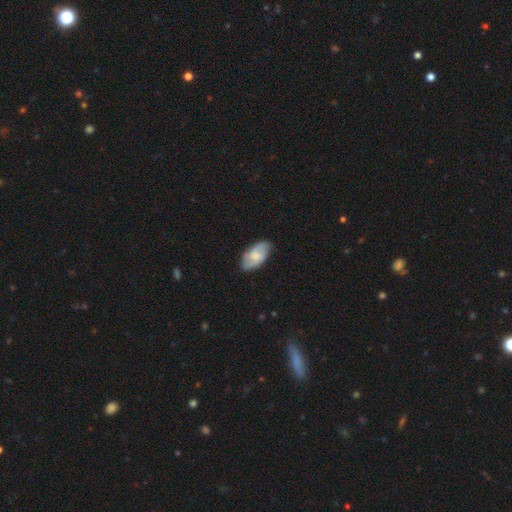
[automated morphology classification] A featured or disk galaxy (47%, tied with smooth).

Vote fractions:
- Smooth or featured? featured or disk: 47% (tied) / smooth: 47% (tied) / star or artifact: 6%
- Merging? none: 78% / minor disturbance: 17% / major disturbance: 3% / merger: 1%